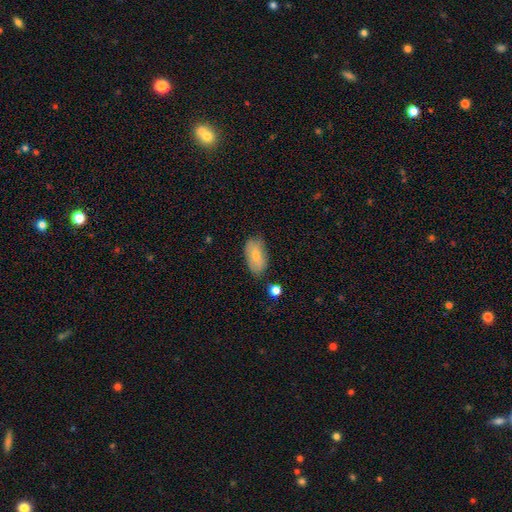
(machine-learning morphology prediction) smooth_or_featured: smooth (p=0.71) [alt: featured or disk p=0.22]
how_rounded: in between (p=0.92) [alt: round p=0.05]
merging: none (p=0.70) [alt: minor disturbance p=0.22]